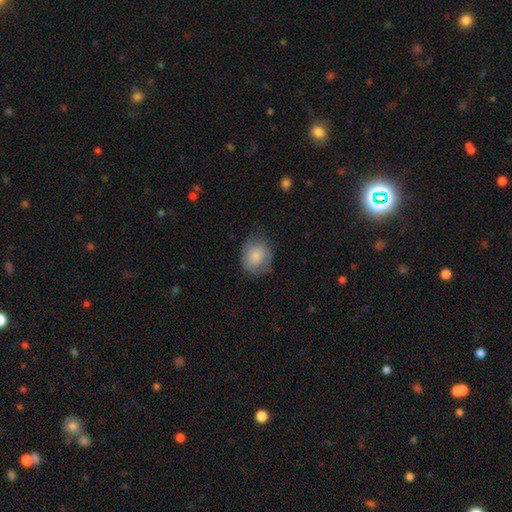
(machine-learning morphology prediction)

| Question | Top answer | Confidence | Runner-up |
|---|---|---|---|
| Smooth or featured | smooth | 82% | featured or disk (11%) |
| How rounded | round | 51% | in between (48%) |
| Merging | none | 69% | minor disturbance (23%) |